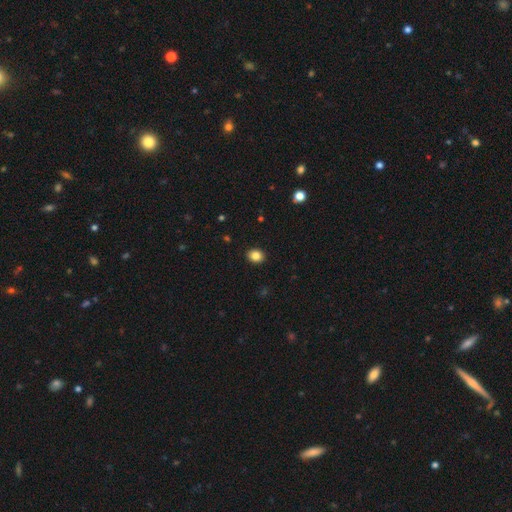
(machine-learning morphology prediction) Smooth or featured?
  - smooth: 85% *
  - star or artifact: 10%
  - featured or disk: 5%
How rounded?
  - round: 59% *
  - in between: 40%
  - cigar-shaped: 1%
Merging?
  - none: 91% *
  - minor disturbance: 6%
  - major disturbance: 2%
  - merger: 1%